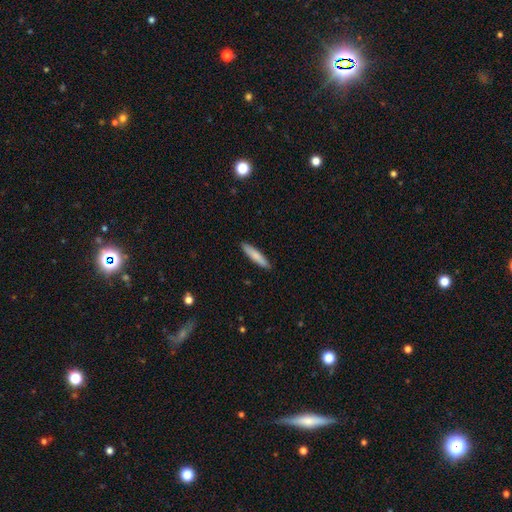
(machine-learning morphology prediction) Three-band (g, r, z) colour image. It shows a smooth galaxy with no disk features (80%) that is cigar-shaped (88%). Merging: none (91%).